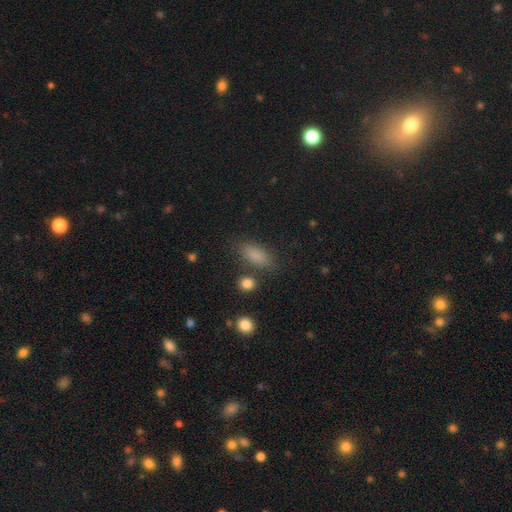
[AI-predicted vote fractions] A smooth galaxy with no disk features (84%) that is in between round and cigar-shaped (81%).

Vote fractions:
- Smooth or featured? smooth: 84% / star or artifact: 10% / featured or disk: 6%
- How rounded? in between: 81% / cigar-shaped: 14% / round: 5%
- Merging? none: 78% / minor disturbance: 13% / merger: 5% / major disturbance: 4%